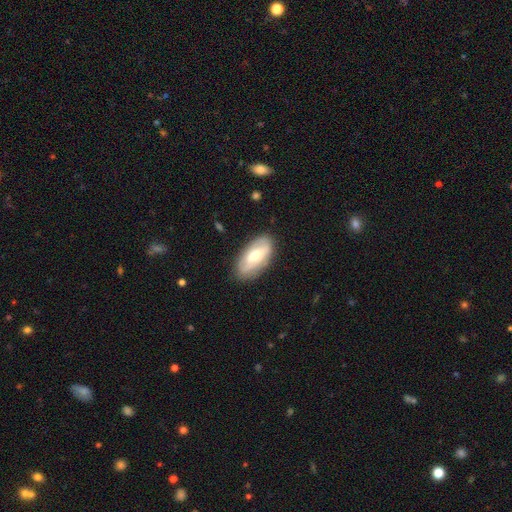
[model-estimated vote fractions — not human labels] A featured or disk galaxy (51%).

Vote fractions:
- Smooth or featured? featured or disk: 51% / smooth: 43% / star or artifact: 6%
- Edge-on disk? no: 86% / yes: 14%
- Merging? none: 81% / minor disturbance: 14% / major disturbance: 4% / merger: 1%